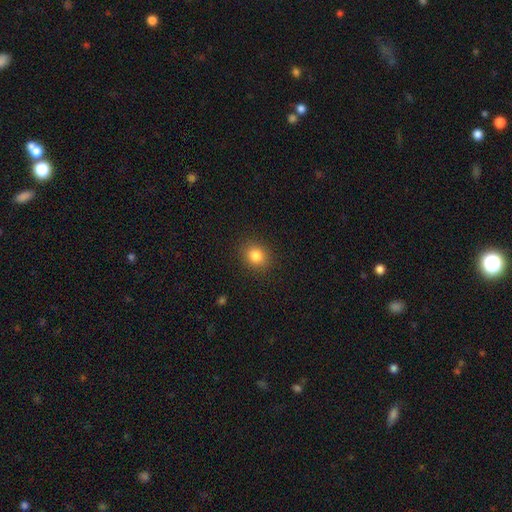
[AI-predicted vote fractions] Q: Smooth or featured?
A: smooth (83%); runner-up: star or artifact (11%)
Q: How rounded?
A: round (67%); runner-up: in between (32%)
Q: Merging?
A: none (89%); runner-up: minor disturbance (7%)